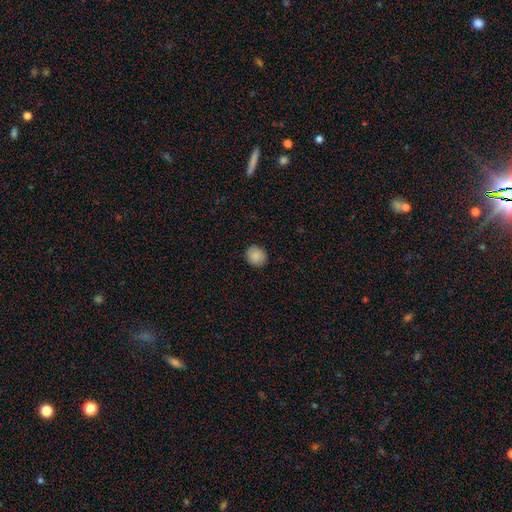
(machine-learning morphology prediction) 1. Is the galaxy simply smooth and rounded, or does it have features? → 88% smooth, 8% star or artifact, 4% featured or disk.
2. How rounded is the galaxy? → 85% round, 14% in between, 1% cigar-shaped.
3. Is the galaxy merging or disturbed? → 90% none, 7% minor disturbance, 2% major disturbance, 1% merger.